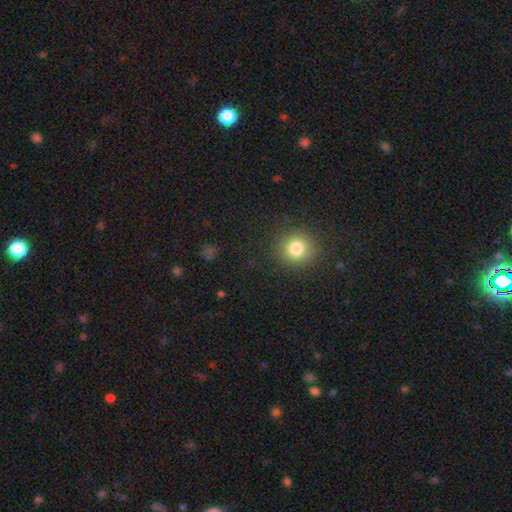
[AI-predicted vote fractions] smooth_or_featured: smooth (p=0.72) [alt: star or artifact p=0.23]
how_rounded: round (p=0.94) [alt: in between p=0.05]
merging: none (p=0.93) [alt: minor disturbance p=0.04]